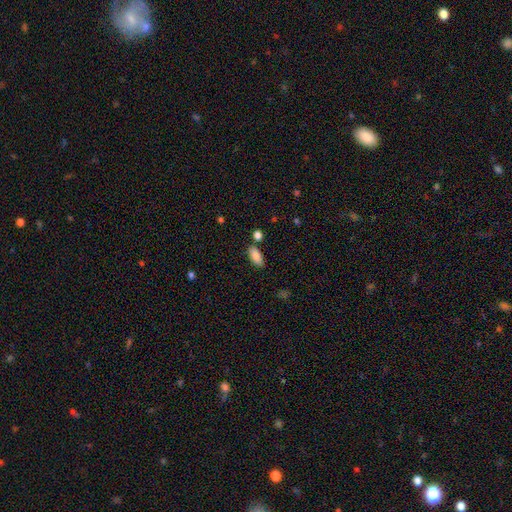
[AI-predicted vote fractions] Q: Smooth or featured?
A: smooth (86%); runner-up: star or artifact (7%)
Q: How rounded?
A: in between (87%); runner-up: cigar-shaped (10%)
Q: Merging?
A: none (77%); runner-up: minor disturbance (13%)